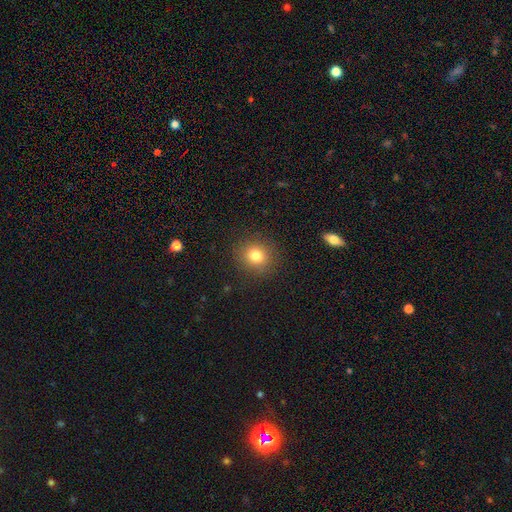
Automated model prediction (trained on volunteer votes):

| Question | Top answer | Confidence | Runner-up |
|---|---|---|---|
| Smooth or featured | smooth | 81% | star or artifact (12%) |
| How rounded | round | 82% | in between (17%) |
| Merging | none | 88% | minor disturbance (8%) |